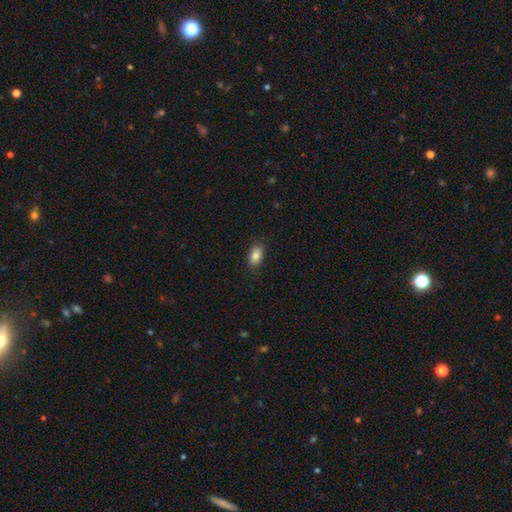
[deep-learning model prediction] This is clearly a smooth galaxy (85%). How rounded: clearly in between (89%). Merging: clearly none (86%).